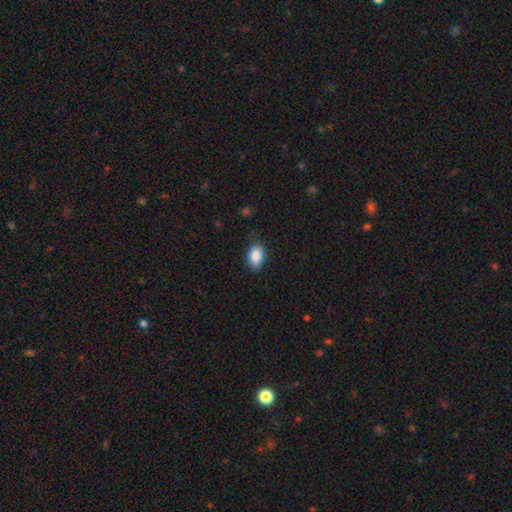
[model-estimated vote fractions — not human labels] A smooth galaxy with no disk features (87%) that is in between round and cigar-shaped (86%).

Vote fractions:
- Smooth or featured? smooth: 87% / star or artifact: 8% / featured or disk: 6%
- How rounded? in between: 86% / round: 13% / cigar-shaped: 1%
- Merging? none: 79% / minor disturbance: 17% / major disturbance: 3% / merger: 1%